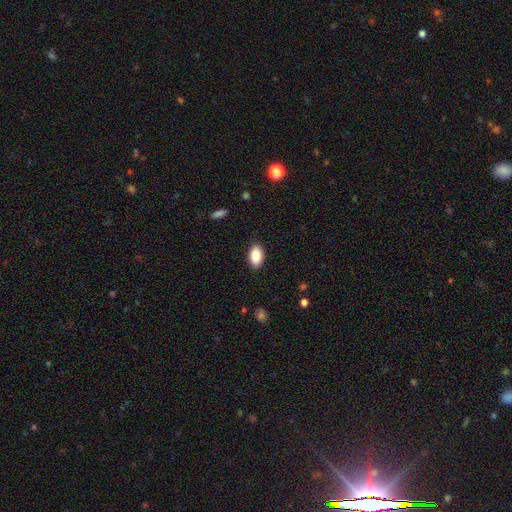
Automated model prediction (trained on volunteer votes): The model was most divided on "merging": none: 86%, minor disturbance: 10%, major disturbance: 2%, merger: 1%. More confident: how rounded — in between (93%); smooth or featured — smooth (87%).